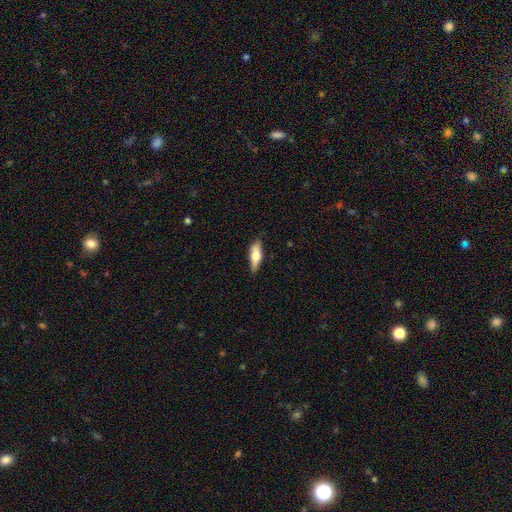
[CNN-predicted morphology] This is possibly a smooth galaxy (53%). How rounded: possibly in between (50%). Merging: clearly none (80%).